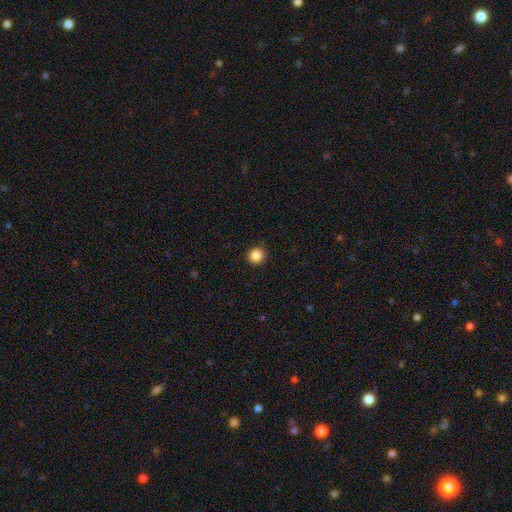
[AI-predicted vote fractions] Smooth or featured? smooth (86%)
How rounded? round (93%)
Merging? none (92%)